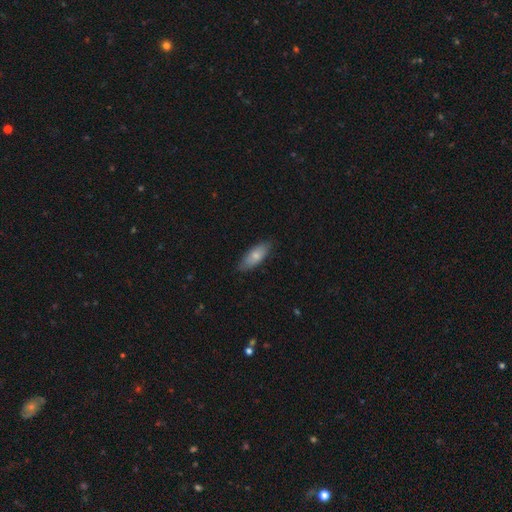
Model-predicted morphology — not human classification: The model was most divided on "how rounded": in between: 75%, cigar-shaped: 23%, round: 2%. More confident: merging — none (80%); smooth or featured — smooth (77%).